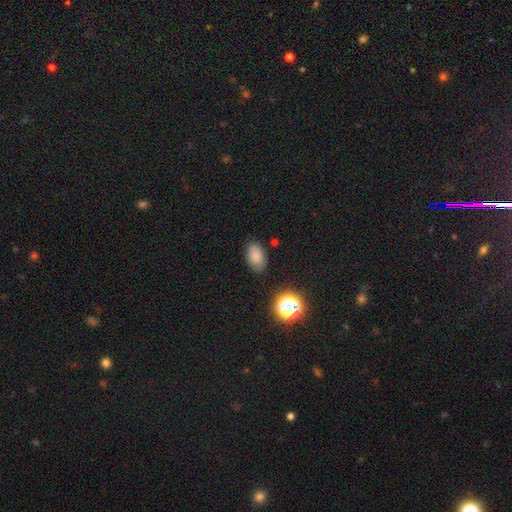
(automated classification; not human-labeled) This appears to be a smooth galaxy with no disk features (81%) that is in between round and cigar-shaped (88%). Merging: none (79%).